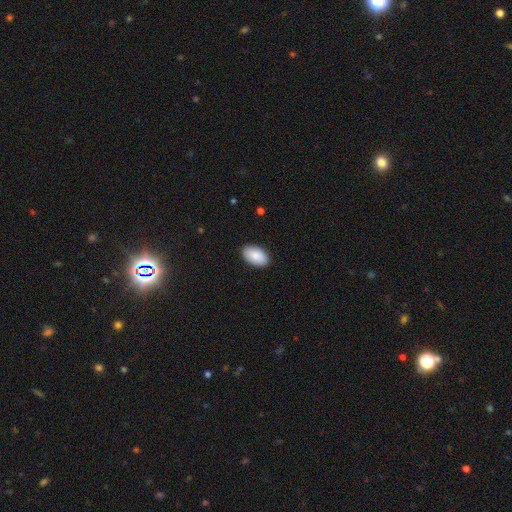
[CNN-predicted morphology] Smooth or featured? Predicted: smooth (p=0.89). How rounded? Predicted: in between (p=0.95). Merging? Predicted: none (p=0.89).